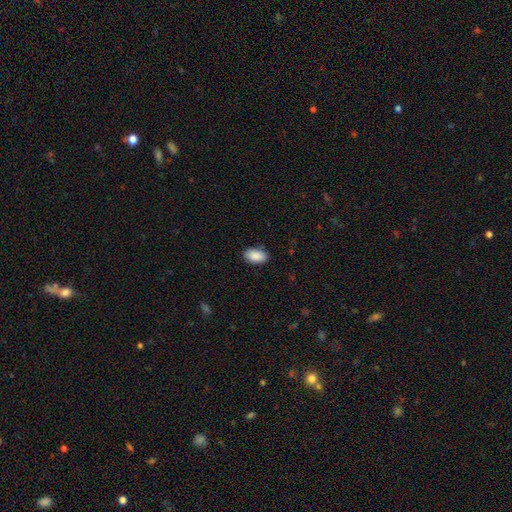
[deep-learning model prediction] Morphology: type=smooth (90%); roundness=in between (94%); merging=none (87%).